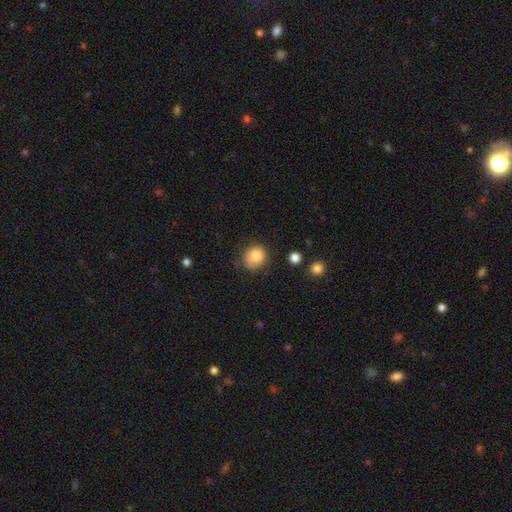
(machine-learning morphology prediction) type=smooth (83%); roundness=round (83%); merging=none (71%).